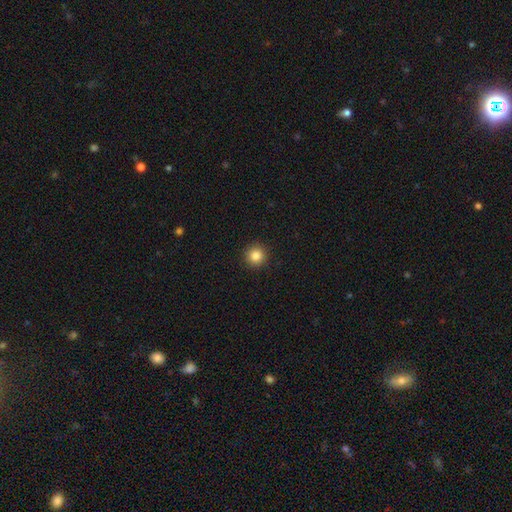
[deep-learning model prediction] A smooth galaxy with no disk features (85%) that is round (95%). Merging: none (93%).